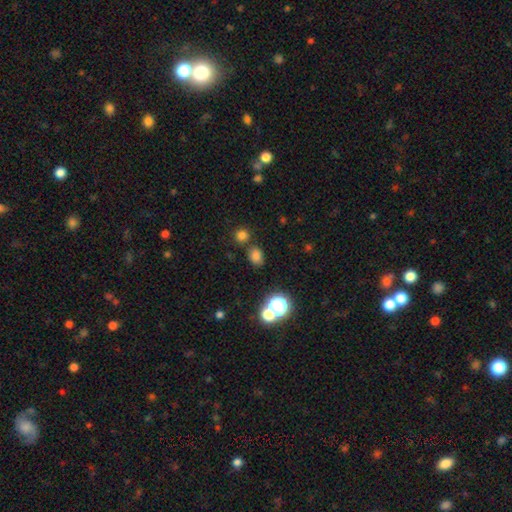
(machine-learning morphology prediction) This appears to be a smooth galaxy with no disk features (74%) that is in between round and cigar-shaped (55%). Merging: none (72%).